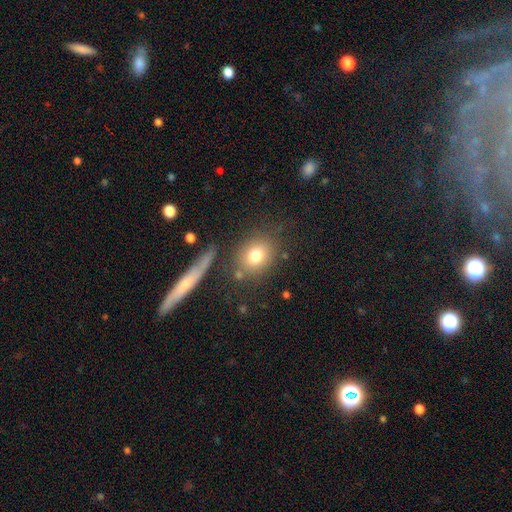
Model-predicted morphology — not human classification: Smooth or featured? smooth (76%)
How rounded? round (64%)
Merging? none (75%)